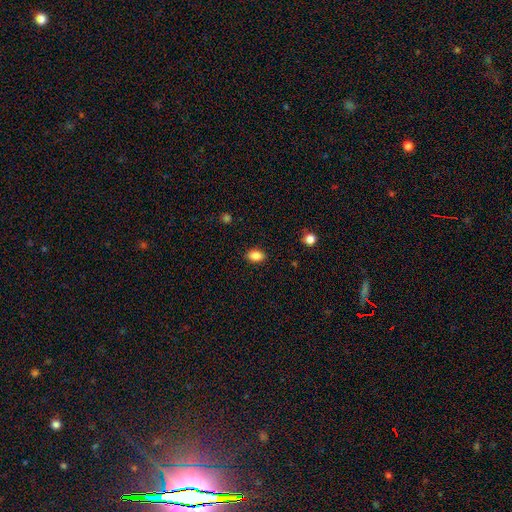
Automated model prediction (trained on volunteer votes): Q: Smooth or featured?
A: smooth (87%); runner-up: star or artifact (9%)
Q: How rounded?
A: in between (83%); runner-up: round (16%)
Q: Merging?
A: none (89%); runner-up: minor disturbance (8%)